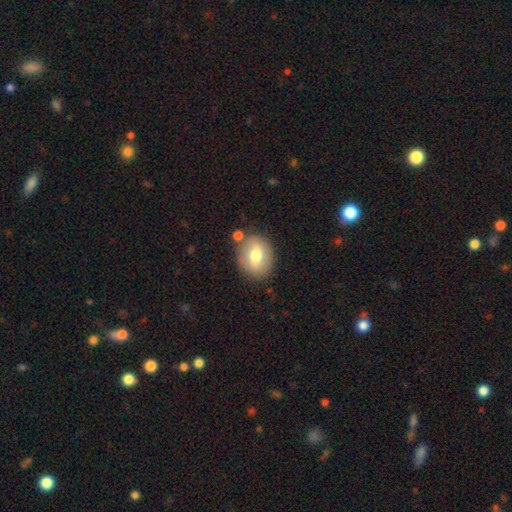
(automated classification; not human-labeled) smooth 62%, featured or disk 31%, star or artifact 8%. Down the decision tree: how rounded — in between (53%); merging — none (79%).